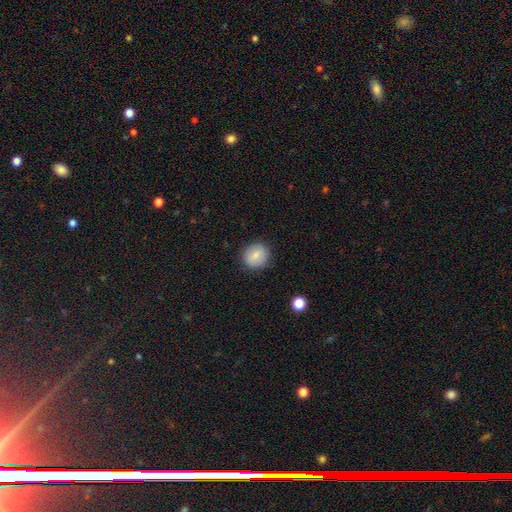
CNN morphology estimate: smooth_or_featured: smooth (p=0.80) [alt: featured or disk p=0.12]
how_rounded: round (p=0.81) [alt: in between p=0.18]
merging: none (p=0.87) [alt: minor disturbance p=0.10]